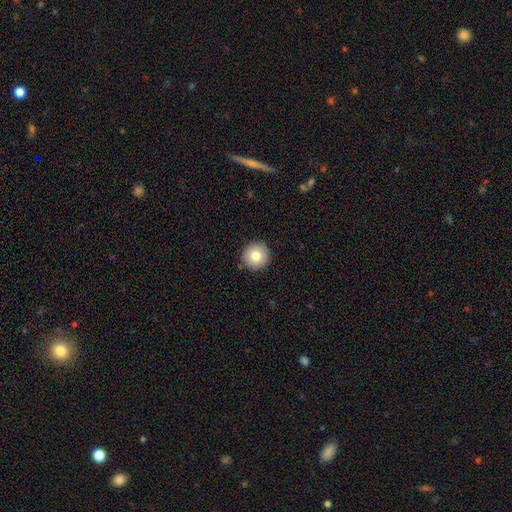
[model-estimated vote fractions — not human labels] A smooth galaxy with no disk features (80%) that is round (96%).

Vote fractions:
- Smooth or featured? smooth: 80% / featured or disk: 11% / star or artifact: 9%
- How rounded? round: 96% / in between: 3% / cigar-shaped: 1%
- Merging? none: 92% / minor disturbance: 6% / major disturbance: 2% / merger: 1%